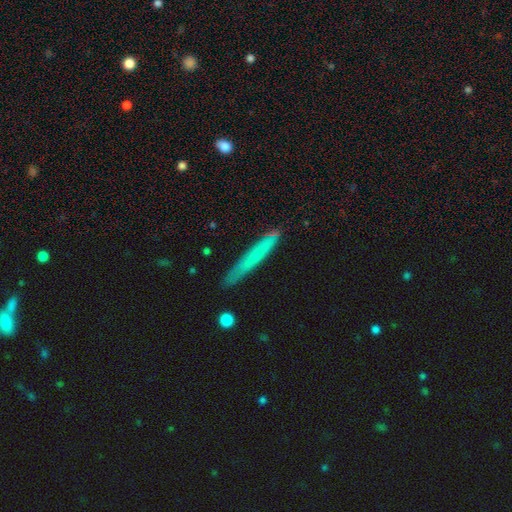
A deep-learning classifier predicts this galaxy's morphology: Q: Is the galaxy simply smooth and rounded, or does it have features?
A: smooth — 57%.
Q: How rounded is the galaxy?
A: cigar-shaped — 95%.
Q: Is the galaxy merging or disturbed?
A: none — 81%.